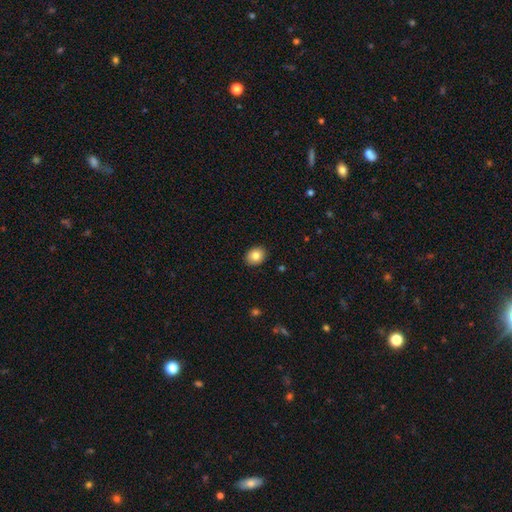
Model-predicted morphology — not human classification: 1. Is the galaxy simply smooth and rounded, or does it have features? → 83% smooth, 8% star or artifact, 8% featured or disk.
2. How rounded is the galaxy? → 54% round, 45% in between, 1% cigar-shaped.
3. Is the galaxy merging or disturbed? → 90% none, 7% minor disturbance, 2% major disturbance, 1% merger.